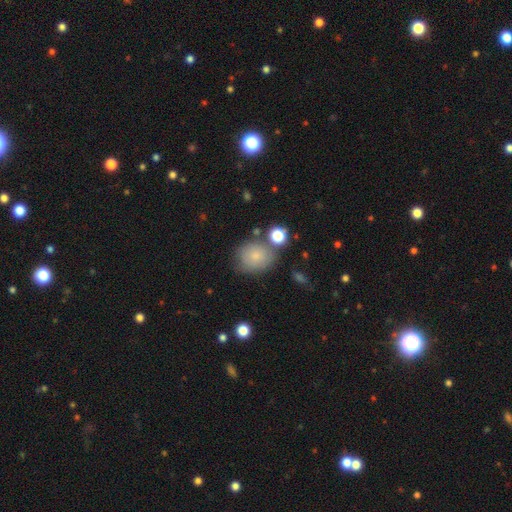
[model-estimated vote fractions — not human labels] The model was most divided on "how rounded": round: 60%, in between: 39%, cigar-shaped: 1%. More confident: smooth or featured — smooth (80%); merging — none (66%).